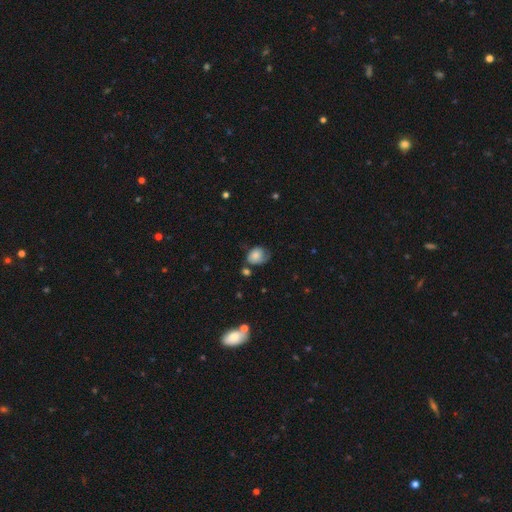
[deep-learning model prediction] smooth 69%, featured or disk 21%, star or artifact 9%. Down the decision tree: how rounded — in between (54%); merging — none (39%).